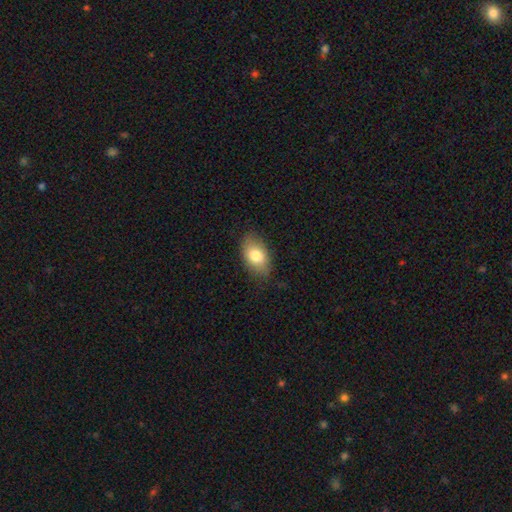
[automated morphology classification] Q: Smooth or featured?
A: smooth (79%); runner-up: featured or disk (14%)
Q: How rounded?
A: in between (91%); runner-up: round (7%)
Q: Merging?
A: none (80%); runner-up: minor disturbance (15%)